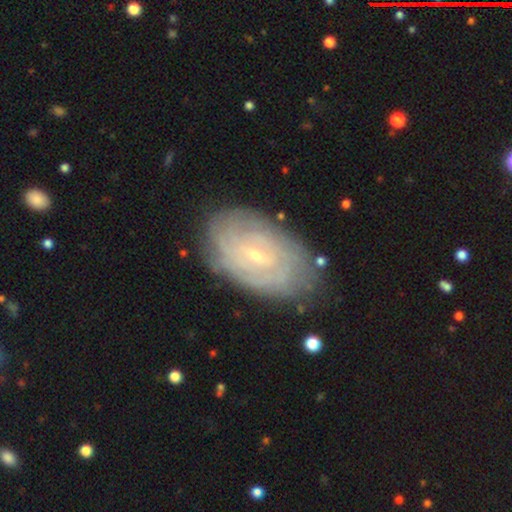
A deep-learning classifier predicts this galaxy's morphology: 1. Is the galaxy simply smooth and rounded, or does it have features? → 79% featured or disk, 15% smooth, 6% star or artifact.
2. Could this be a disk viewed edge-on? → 95% no, 5% yes.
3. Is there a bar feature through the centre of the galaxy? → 46% no, 44% weak, 10% strong.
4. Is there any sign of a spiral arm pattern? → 89% yes, 11% no.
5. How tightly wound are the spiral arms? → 80% tight, 16% medium, 5% loose.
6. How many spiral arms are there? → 55% can't tell, 12% 2, 11% 4, 9% 3, 8% more than 4, 5% 1.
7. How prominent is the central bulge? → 77% small, 20% moderate, 1% none, 1% large, 1% dominant.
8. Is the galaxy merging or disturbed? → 78% none, 16% minor disturbance, 4% major disturbance, 1% merger.